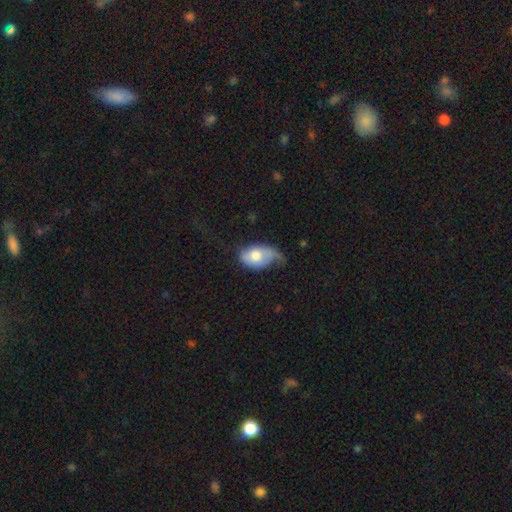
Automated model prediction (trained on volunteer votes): This appears to be a smooth galaxy with no disk features (66%) that is in between round and cigar-shaped (88%). Merging: minor disturbance (39%).